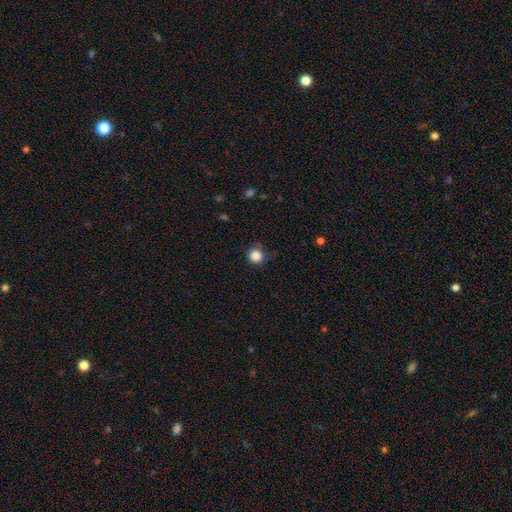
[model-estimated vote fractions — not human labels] smooth_or_featured: smooth (p=0.86) [alt: star or artifact p=0.11]
how_rounded: round (p=0.91) [alt: in between p=0.09]
merging: none (p=0.73) [alt: minor disturbance p=0.20]